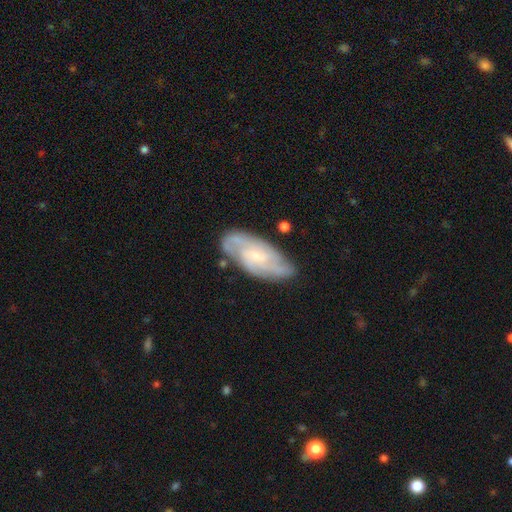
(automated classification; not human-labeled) Overall: featured or disk (78%). Edge-on disk: no (92%). Bar: no (53%; weak 39%). Spiral arms: yes (94%). Spiral arm count: 2 (33%; can't tell 28%). Spiral winding: tight (47%; medium 41%). Bulge size: small (64%; moderate 26%). Merging: none (74%).